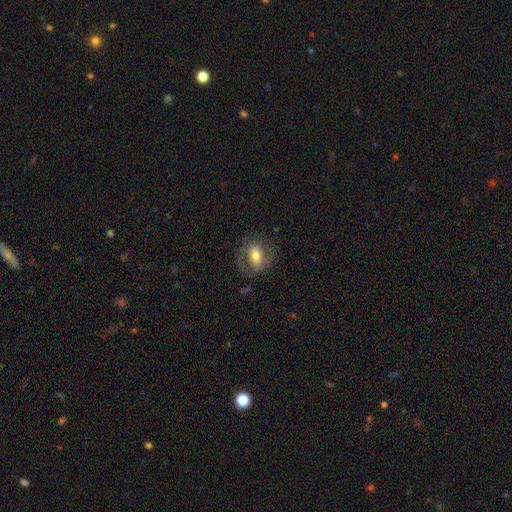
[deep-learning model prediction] The model was most divided on "smooth or featured": smooth: 56%, featured or disk: 37%, star or artifact: 8%. More confident: how rounded — in between (73%); merging — none (69%).